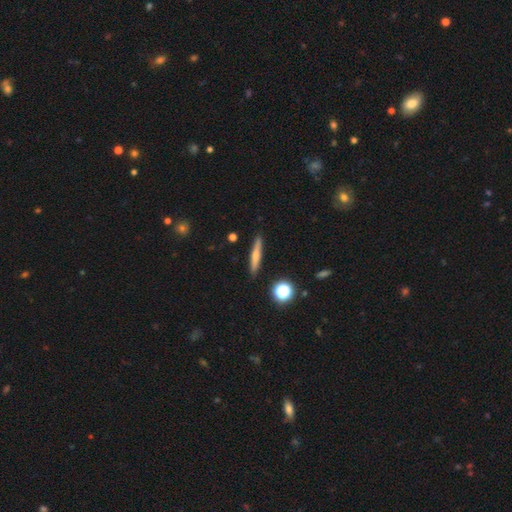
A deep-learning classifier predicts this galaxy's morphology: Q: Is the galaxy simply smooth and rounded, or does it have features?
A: smooth — 54%.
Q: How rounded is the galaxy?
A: cigar-shaped — 89%.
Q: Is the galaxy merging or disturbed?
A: none — 89%.